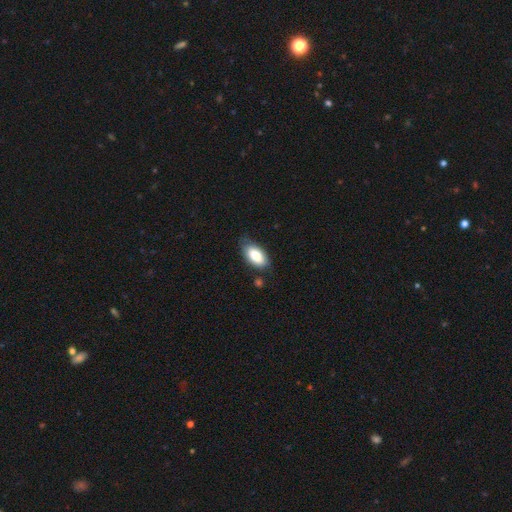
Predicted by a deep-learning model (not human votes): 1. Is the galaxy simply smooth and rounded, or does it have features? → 82% smooth, 11% featured or disk, 7% star or artifact.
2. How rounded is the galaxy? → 93% in between, 4% cigar-shaped, 3% round.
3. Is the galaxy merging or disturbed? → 67% none, 25% minor disturbance, 5% major disturbance, 3% merger.